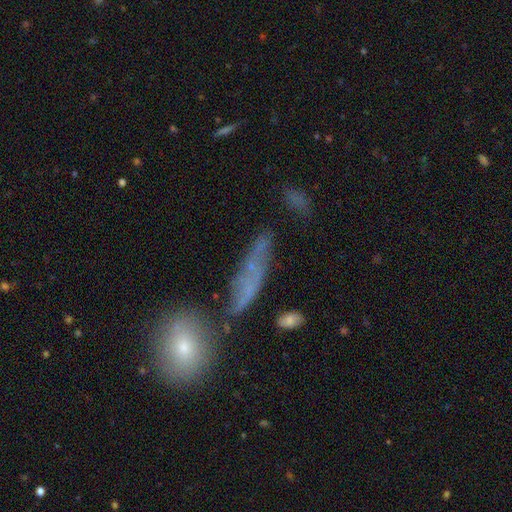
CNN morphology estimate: smooth 47%, featured or disk 37%, star or artifact 16%. Down the decision tree: merging — none (53%).